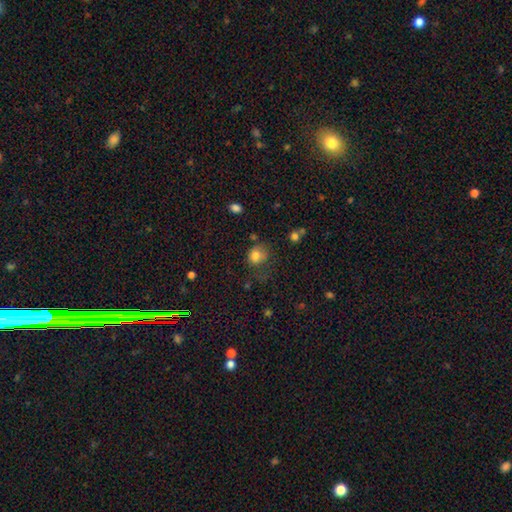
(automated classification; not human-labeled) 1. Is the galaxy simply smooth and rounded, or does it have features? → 80% smooth, 11% star or artifact, 9% featured or disk.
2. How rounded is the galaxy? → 68% round, 31% in between, 1% cigar-shaped.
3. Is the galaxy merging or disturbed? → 52% none, 27% minor disturbance, 15% major disturbance, 6% merger.